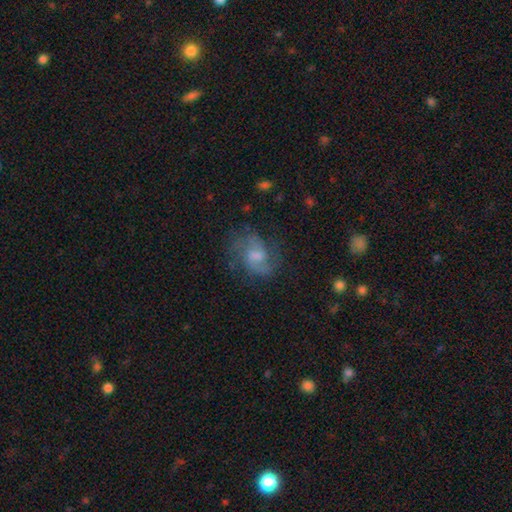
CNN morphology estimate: smooth_or_featured: featured or disk (p=0.68) [alt: smooth p=0.22]
disk_edge_on: no (p=0.97) [alt: yes p=0.03]
bar: no (p=0.47) [alt: weak p=0.45]
has_spiral_arms: yes (p=0.89) [alt: no p=0.11]
spiral_winding: medium (p=0.49) [alt: loose p=0.32]
spiral_arm_count: 2 (p=0.64) [alt: can't tell p=0.17]
bulge_size: moderate (p=0.43) [alt: small p=0.30]
merging: none (p=0.65) [alt: minor disturbance p=0.19]